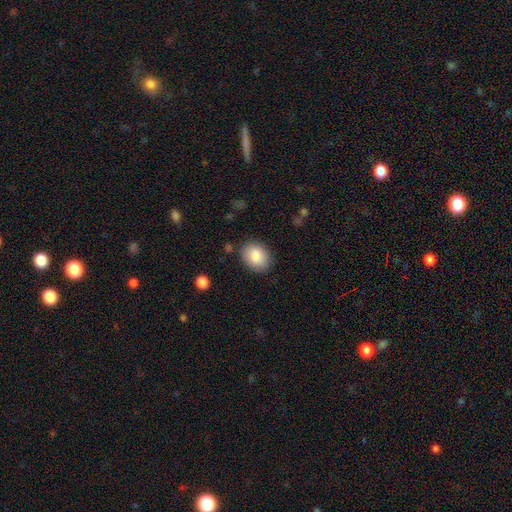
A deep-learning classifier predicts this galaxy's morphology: smooth-or-featured: smooth: 86% | star or artifact: 7% | featured or disk: 7%
  how-rounded: in between: 66% | round: 33% | cigar-shaped: 1%
  merging: none: 84% | minor disturbance: 11% | major disturbance: 3% | merger: 2%